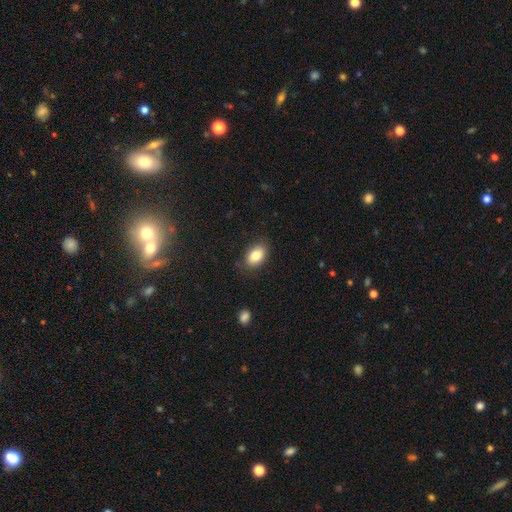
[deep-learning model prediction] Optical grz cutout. It shows a smooth galaxy with no disk features (83%) that is in between round and cigar-shaped (87%). Merging: none (83%).